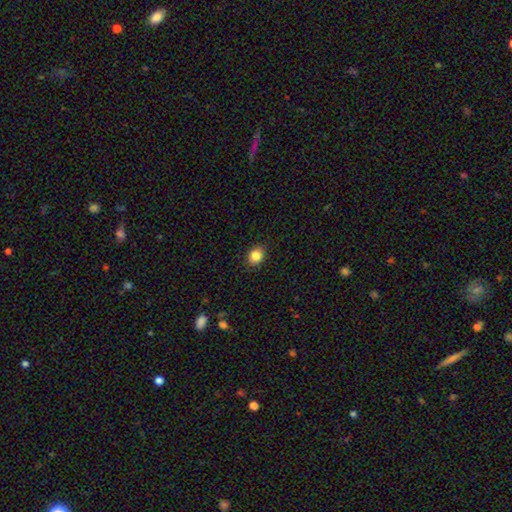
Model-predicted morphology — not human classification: smooth-or-featured: smooth: 85% | star or artifact: 10% | featured or disk: 5%
  how-rounded: round: 60% | in between: 39% | cigar-shaped: 1%
  merging: none: 89% | minor disturbance: 8% | major disturbance: 2% | merger: 1%